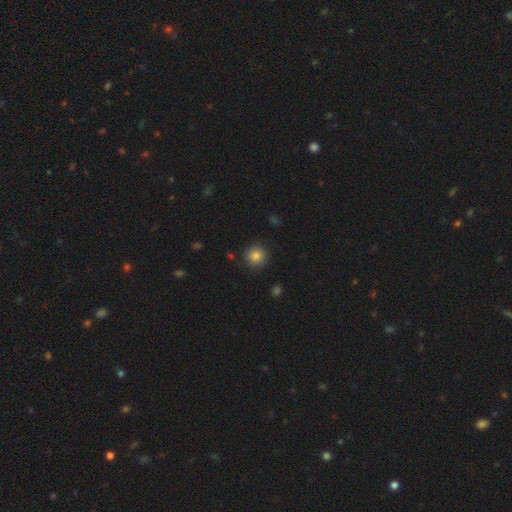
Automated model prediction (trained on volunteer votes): Overall: smooth (85%). How rounded: round (94%). Merging: none (88%).